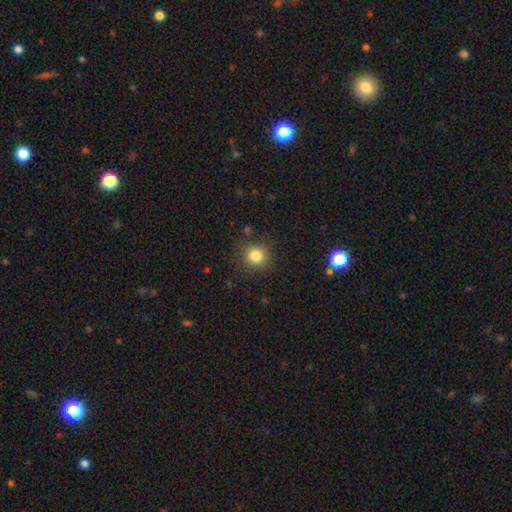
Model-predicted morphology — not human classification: A smooth galaxy with no disk features (82%) that is round (91%). Merging: none (87%).